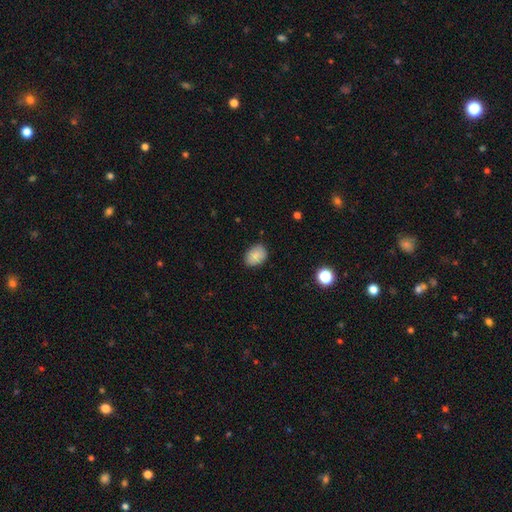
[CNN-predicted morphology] smooth 87%, star or artifact 8%, featured or disk 5%. Down the decision tree: how rounded — in between (73%); merging — none (84%).